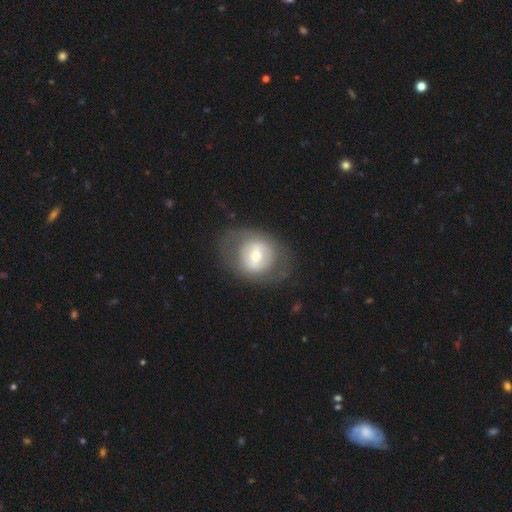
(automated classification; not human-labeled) Smooth or featured: featured or disk — 48% (smooth — 44%)
Merging: none — 73% (minor disturbance — 15%)